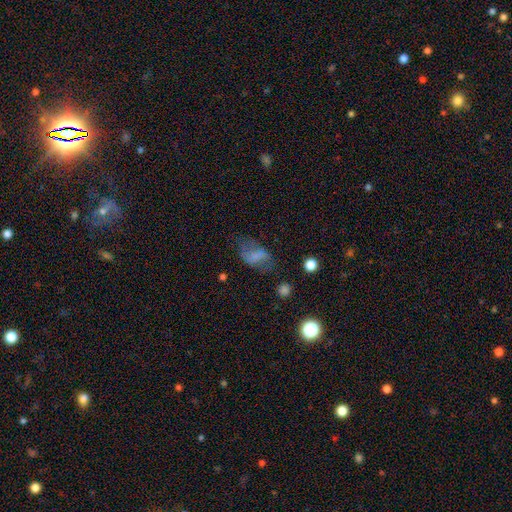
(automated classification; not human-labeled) smooth-or-featured: smooth: 56% | featured or disk: 32% | star or artifact: 12%
  how-rounded: in between: 86% | round: 10% | cigar-shaped: 3%
  merging: none: 50% | minor disturbance: 24% | major disturbance: 22% | merger: 3%